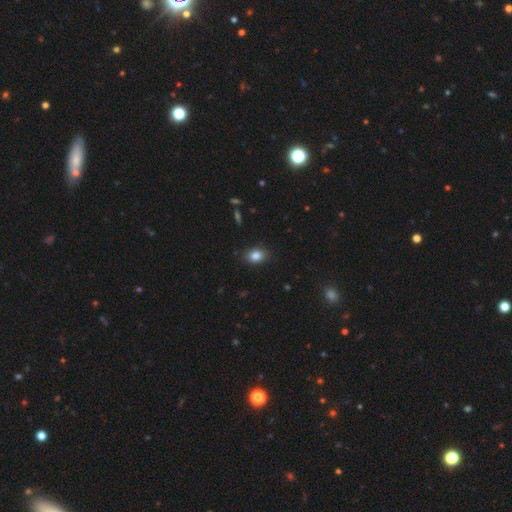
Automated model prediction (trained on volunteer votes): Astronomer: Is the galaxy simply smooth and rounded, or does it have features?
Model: smooth — 85%.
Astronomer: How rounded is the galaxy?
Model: in between — 78%.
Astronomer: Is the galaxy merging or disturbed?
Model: none — 87%.